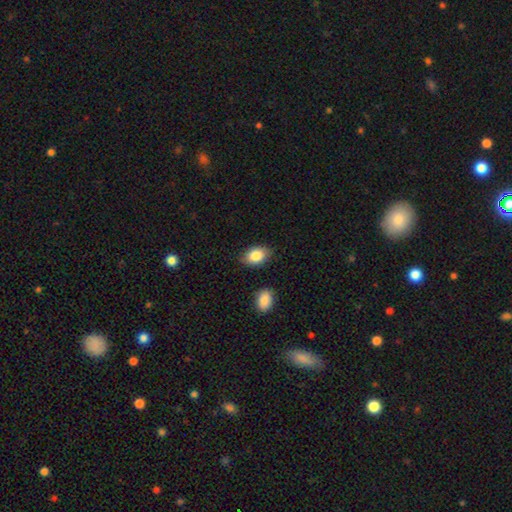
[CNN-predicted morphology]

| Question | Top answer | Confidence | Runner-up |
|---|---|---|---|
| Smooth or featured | smooth | 85% | featured or disk (8%) |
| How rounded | in between | 86% | round (12%) |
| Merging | none | 81% | minor disturbance (14%) |